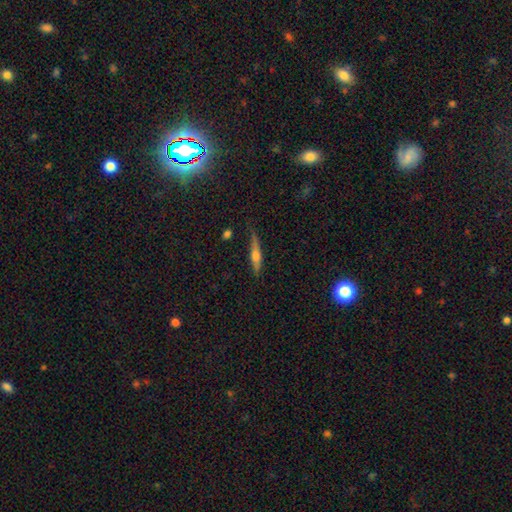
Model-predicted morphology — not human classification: Smooth or featured? Predicted: featured or disk (p=0.47). Merging? Predicted: none (p=0.72).